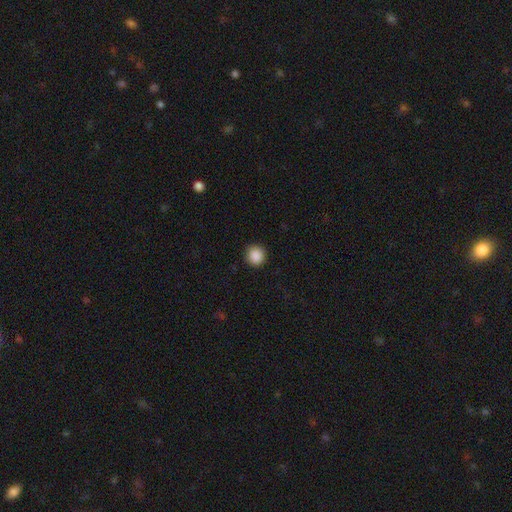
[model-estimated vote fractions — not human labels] Smooth or featured?
  - smooth: 89% *
  - star or artifact: 9%
  - featured or disk: 2%
How rounded?
  - round: 92% *
  - in between: 7%
  - cigar-shaped: 1%
Merging?
  - none: 90% *
  - minor disturbance: 7%
  - major disturbance: 2%
  - merger: 1%